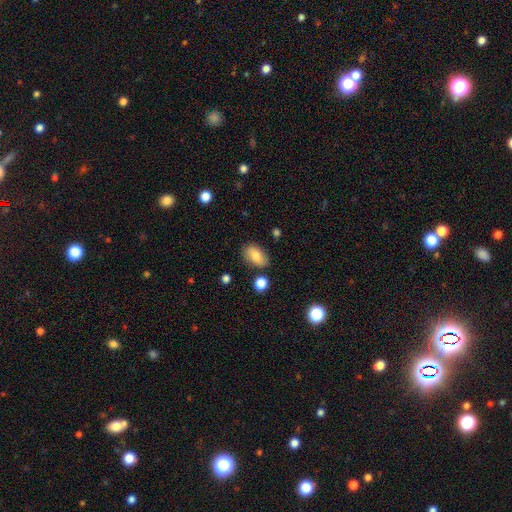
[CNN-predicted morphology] This appears to be a smooth galaxy with no disk features (78%) that is in between round and cigar-shaped (89%). Merging: none (80%).